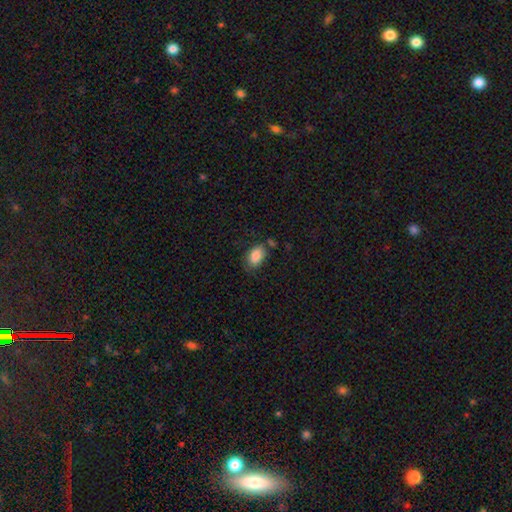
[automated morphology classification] This is clearly a smooth galaxy (86%). How rounded: clearly in between (89%). Merging: likely none (64%).